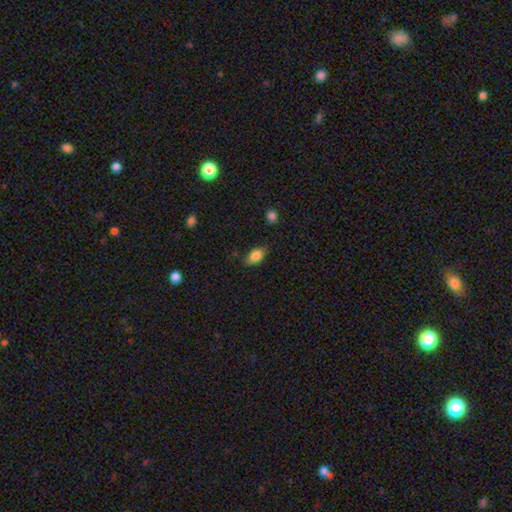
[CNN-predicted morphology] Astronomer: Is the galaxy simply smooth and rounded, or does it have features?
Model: smooth — 85%.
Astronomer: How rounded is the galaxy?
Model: in between — 87%.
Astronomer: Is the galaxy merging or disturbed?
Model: none — 78%.